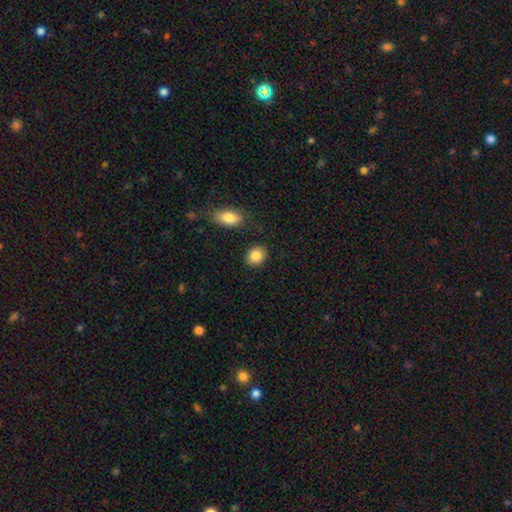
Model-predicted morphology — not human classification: A smooth galaxy with no disk features (87%) that is round (55%).

Vote fractions:
- Smooth or featured? smooth: 87% / star or artifact: 8% / featured or disk: 5%
- How rounded? round: 55% / in between: 44% / cigar-shaped: 1%
- Merging? none: 86% / minor disturbance: 8% / merger: 4% / major disturbance: 2%